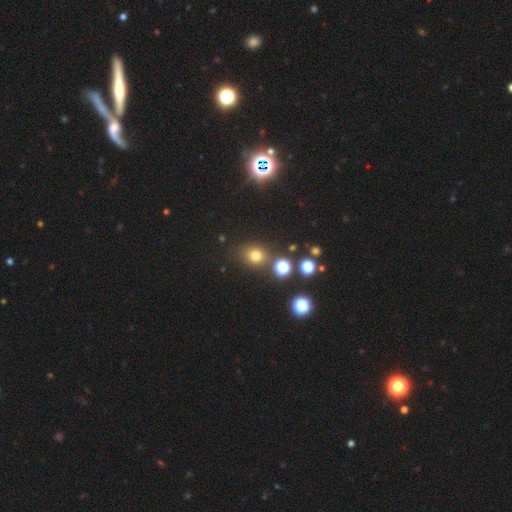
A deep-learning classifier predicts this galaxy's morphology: type=smooth (74%); roundness=round (74%); merging=none (80%).